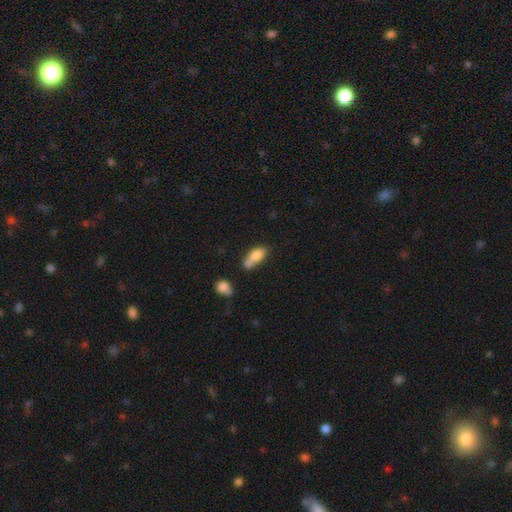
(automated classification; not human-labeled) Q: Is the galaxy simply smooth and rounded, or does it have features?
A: smooth — 77%.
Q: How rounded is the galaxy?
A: in between — 83%.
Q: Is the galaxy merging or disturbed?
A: merger — 43%.